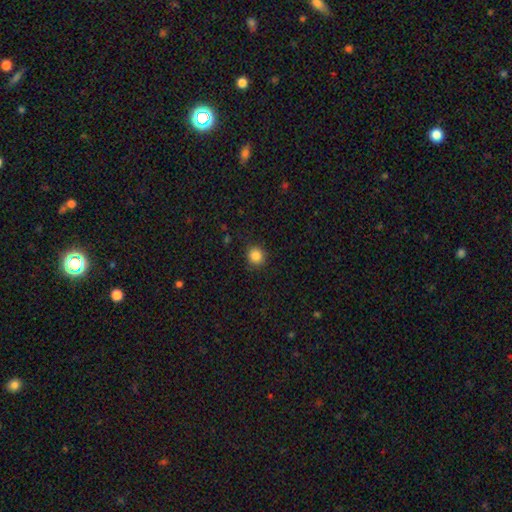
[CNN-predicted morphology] Smooth or featured? Predicted: smooth (p=0.86). How rounded? Predicted: round (p=0.90). Merging? Predicted: none (p=0.89).